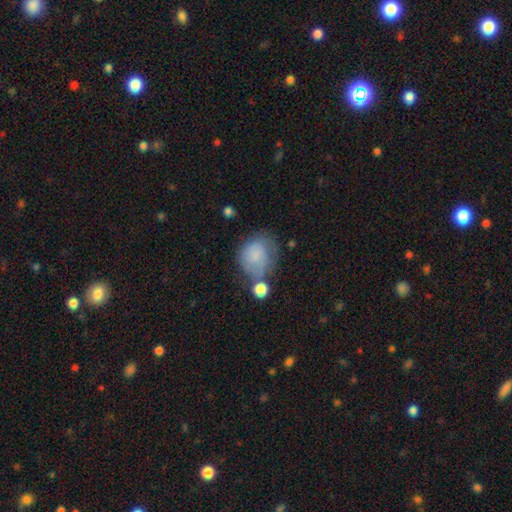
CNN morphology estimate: This is likely a smooth galaxy (71%). How rounded: likely round (62%). Merging: marginally none (40%).